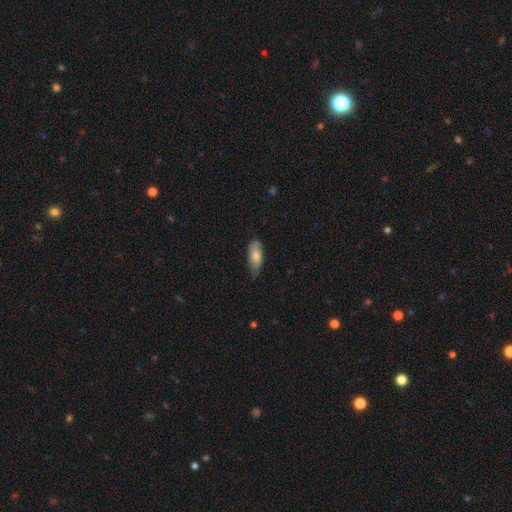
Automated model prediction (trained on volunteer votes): Smooth or featured: smooth — 77% (featured or disk — 17%)
How rounded: in between — 81% (cigar-shaped — 17%)
Merging: none — 60% (minor disturbance — 33%)